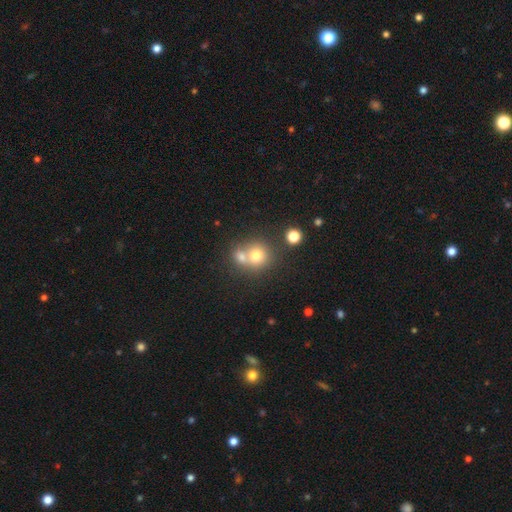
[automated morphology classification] Overall: smooth (72%). How rounded: round (82%). Merging: merger (51%; none 38%).